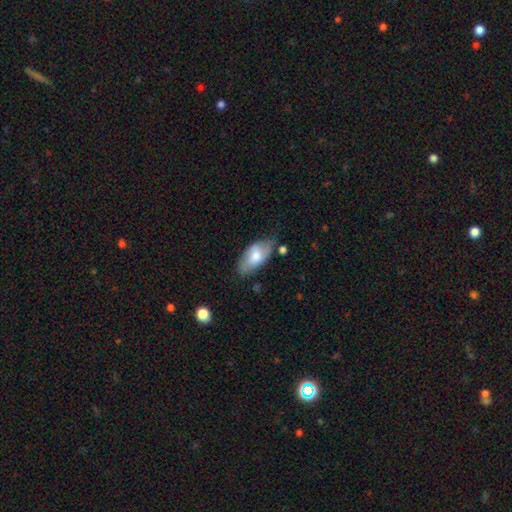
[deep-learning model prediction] A smooth galaxy with no disk features (68%) that is in between round and cigar-shaped (93%). Merging: none (62%).